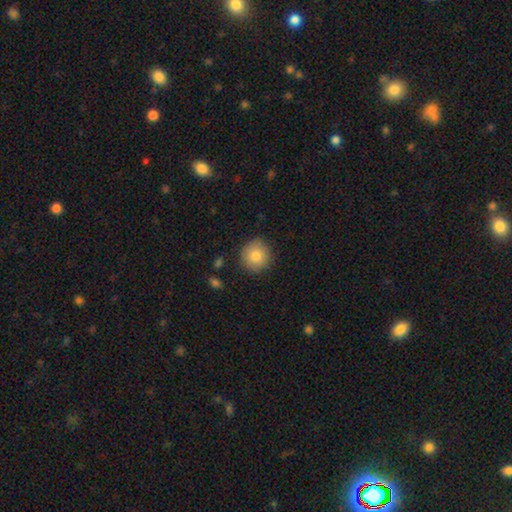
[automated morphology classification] Smooth or featured? Predicted: smooth (p=0.83). How rounded? Predicted: round (p=0.93). Merging? Predicted: none (p=0.87).